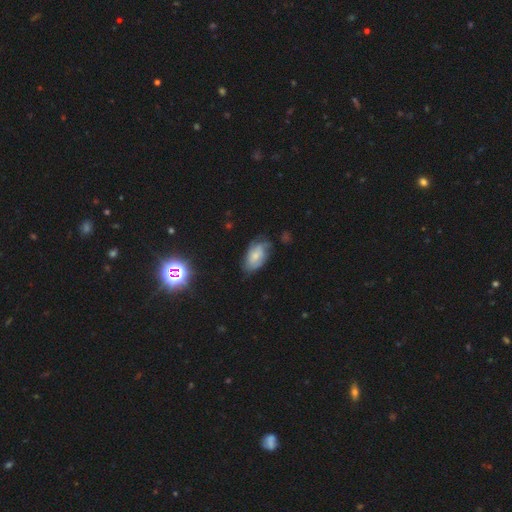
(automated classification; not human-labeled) Smooth or featured? smooth (55%)
How rounded? in between (92%)
Merging? none (52%)